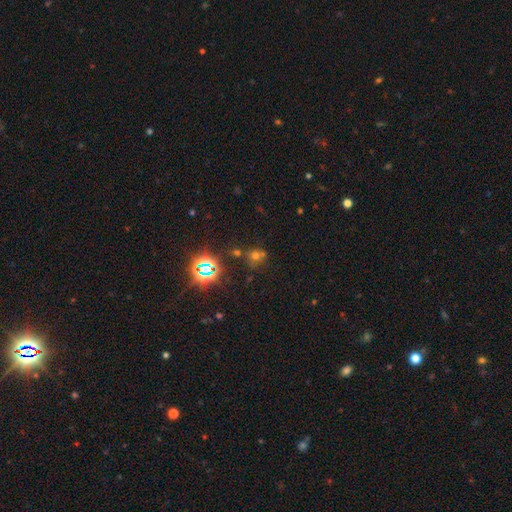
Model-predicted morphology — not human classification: A smooth galaxy with no disk features (49%). Merging: none (60%).